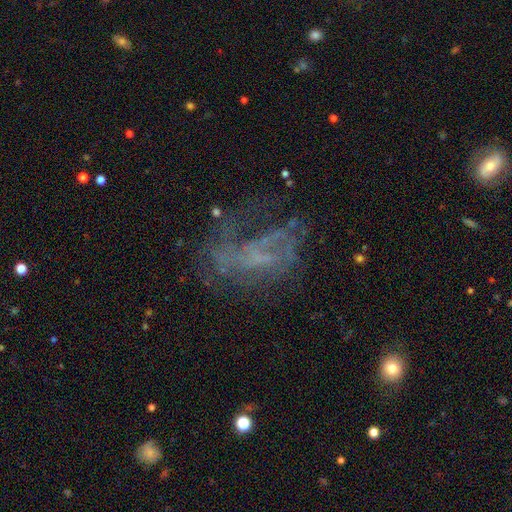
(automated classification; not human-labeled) smooth-or-featured: featured or disk: 59% | star or artifact: 23% | smooth: 19%
  disk-edge-on: no: 96% | yes: 4%
    bar: no: 67% | weak: 24% | strong: 9%
    has-spiral-arms: no: 57% | yes: 43%
    bulge-size: none: 67% | small: 21% | moderate: 9% | large: 2% | dominant: 1%
  merging: major disturbance: 40% | none: 37% | minor disturbance: 18% | merger: 5%